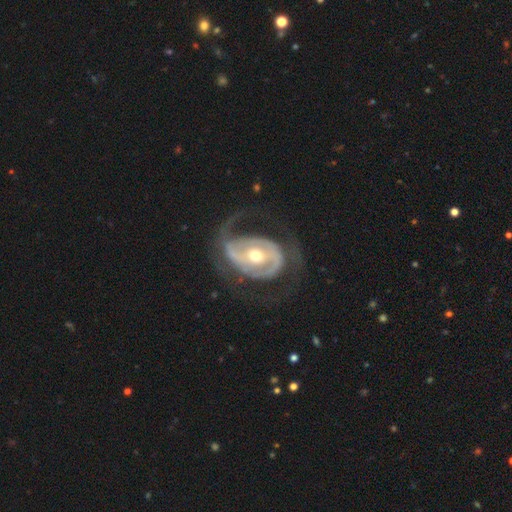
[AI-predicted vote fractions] A featured or disk galaxy (85%) with a weak bar (34%), 2 (64%) medium (42%) spiral arms (84%) and a moderate central bulge (65%). Merging: none (50%).